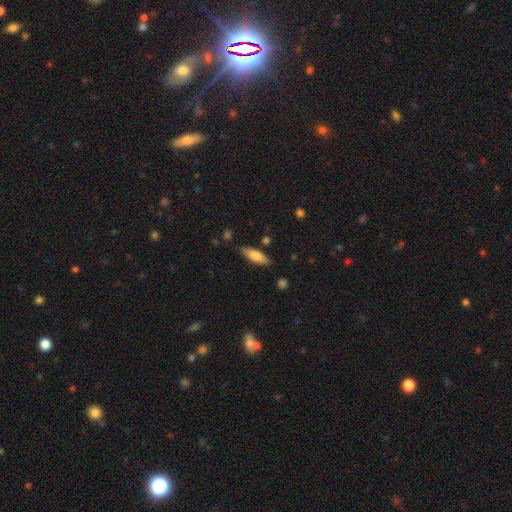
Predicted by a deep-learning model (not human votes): Smooth or featured? Predicted: smooth (p=0.77). How rounded? Predicted: in between (p=0.62). Merging? Predicted: none (p=0.81).